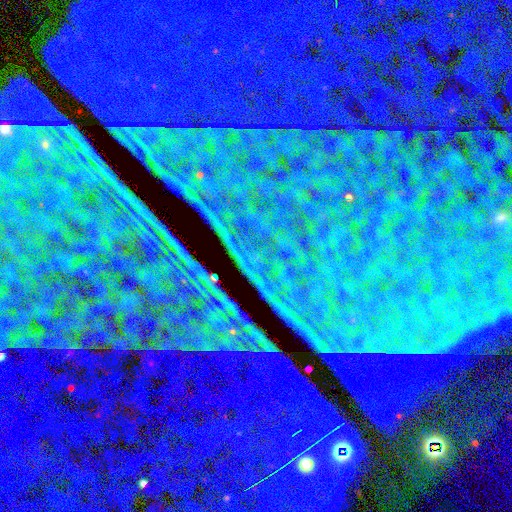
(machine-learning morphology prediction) A star or artifact, not a galaxy (88%).

Vote fractions:
- Smooth or featured? star or artifact: 88% / featured or disk: 7% / smooth: 5%